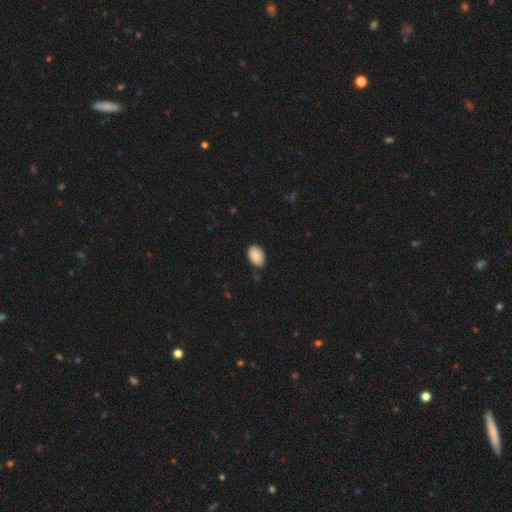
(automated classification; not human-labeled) smooth 89%, star or artifact 7%, featured or disk 4%. Down the decision tree: how rounded — in between (91%); merging — none (81%).